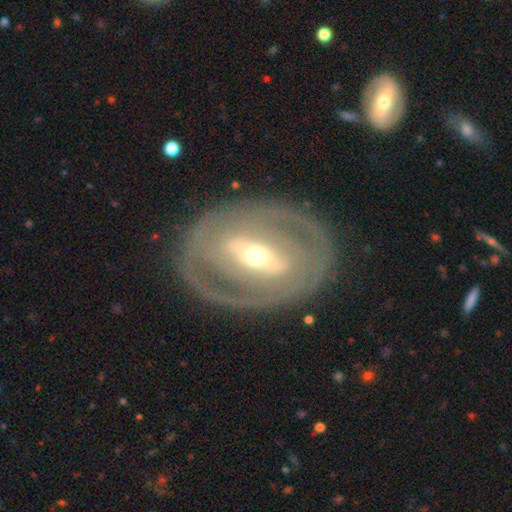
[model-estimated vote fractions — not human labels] Smooth or featured? Predicted: featured or disk (p=0.78). Edge-on disk? Predicted: no (p=0.92). Bar? Predicted: strong (p=0.51). Spiral arms? Predicted: yes (p=0.57). Bulge size? Predicted: moderate (p=0.51). Merging? Predicted: none (p=0.79).